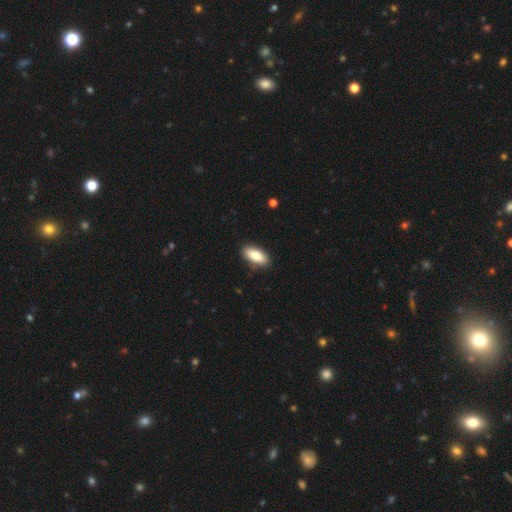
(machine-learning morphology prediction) Smooth or featured? smooth (80%)
How rounded? in between (84%)
Merging? none (89%)